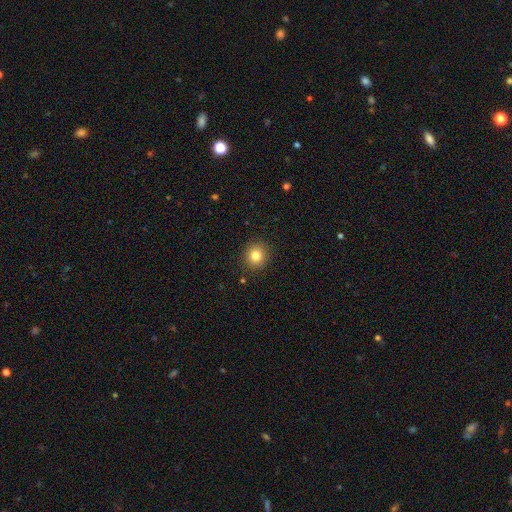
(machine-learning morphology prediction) Smooth or featured?
  - smooth: 82% *
  - star or artifact: 11%
  - featured or disk: 7%
How rounded?
  - round: 88% *
  - in between: 11%
  - cigar-shaped: 1%
Merging?
  - none: 90% *
  - minor disturbance: 7%
  - major disturbance: 2%
  - merger: 1%